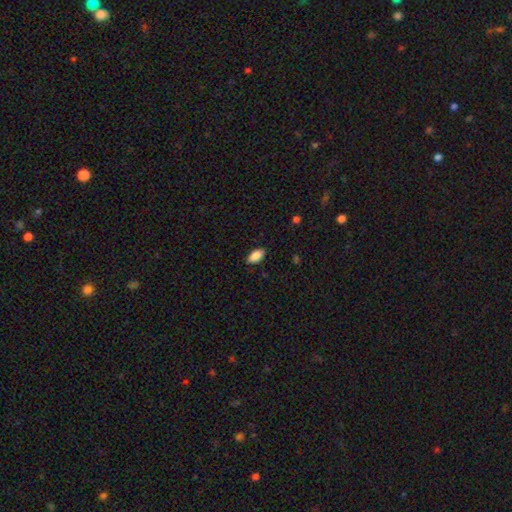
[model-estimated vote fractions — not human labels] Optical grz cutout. It shows a smooth galaxy with no disk features (88%) that is in between round and cigar-shaped (92%). Merging: none (87%).